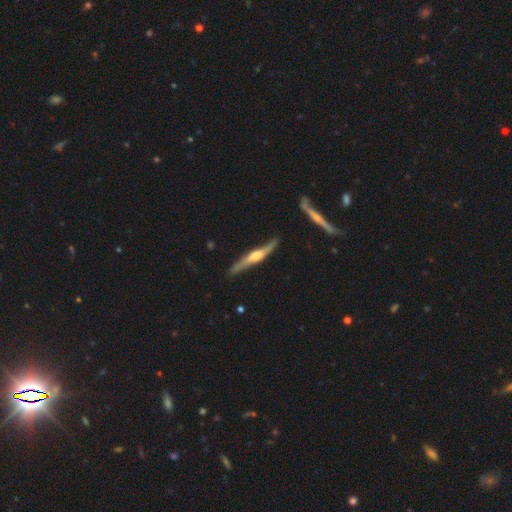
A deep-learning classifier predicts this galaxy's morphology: smooth_or_featured: featured or disk (p=0.74) [alt: smooth p=0.22]
disk_edge_on: yes (p=0.93) [alt: no p=0.07]
edge_on_bulge: rounded (p=0.84) [alt: boxy p=0.10]
merging: none (p=0.80) [alt: minor disturbance p=0.14]